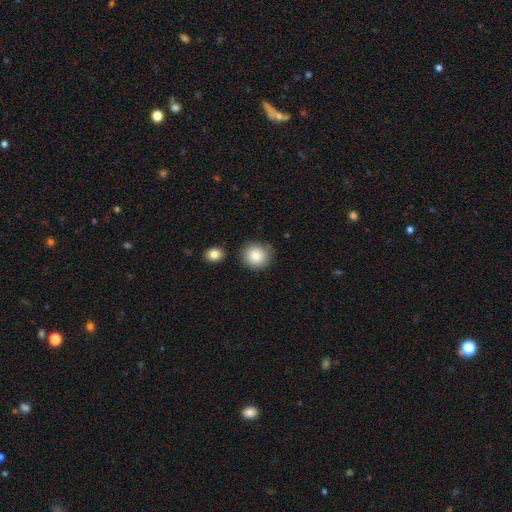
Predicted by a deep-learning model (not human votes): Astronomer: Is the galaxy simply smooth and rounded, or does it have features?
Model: smooth — 87%.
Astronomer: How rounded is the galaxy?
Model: round — 85%.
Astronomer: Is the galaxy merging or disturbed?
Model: none — 80%.